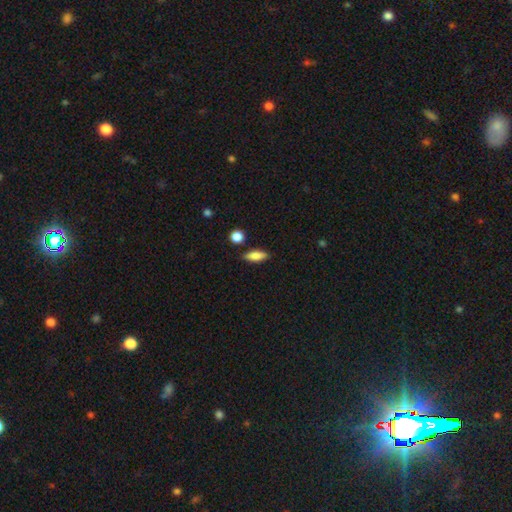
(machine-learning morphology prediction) smooth 78%, featured or disk 14%, star or artifact 7%. Down the decision tree: how rounded — in between (61%); merging — none (83%).